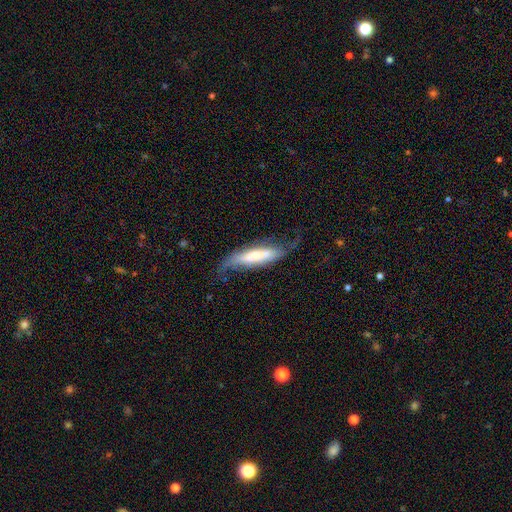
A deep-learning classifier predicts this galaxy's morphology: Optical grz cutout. It shows a featured or disk galaxy (55%). Merging: none (49%).